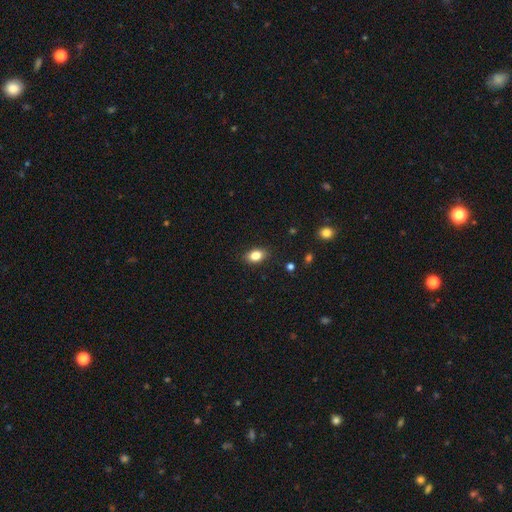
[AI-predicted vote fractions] Overall: smooth (83%). How rounded: in between (81%). Merging: none (87%).